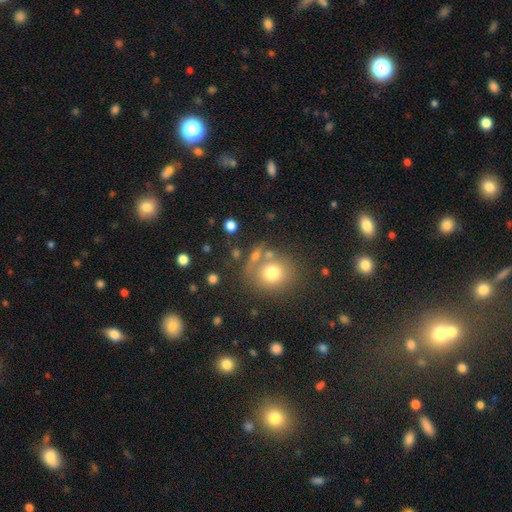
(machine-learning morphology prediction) Smooth or featured? Predicted: smooth (p=0.70). How rounded? Predicted: round (p=0.73). Merging? Predicted: none (p=0.61).